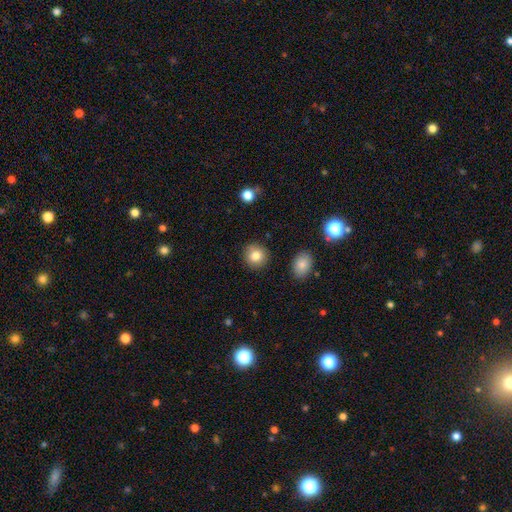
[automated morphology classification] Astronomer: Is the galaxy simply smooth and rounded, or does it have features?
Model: smooth — 82%.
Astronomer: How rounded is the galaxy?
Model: round — 90%.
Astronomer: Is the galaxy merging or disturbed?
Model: none — 89%.